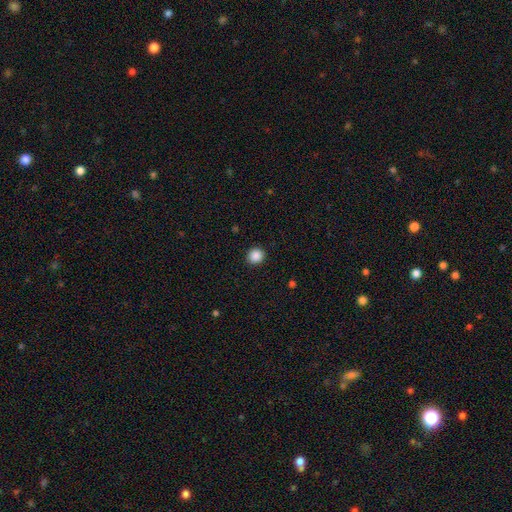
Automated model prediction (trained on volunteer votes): Overall: smooth (88%). How rounded: round (90%). Merging: none (92%).